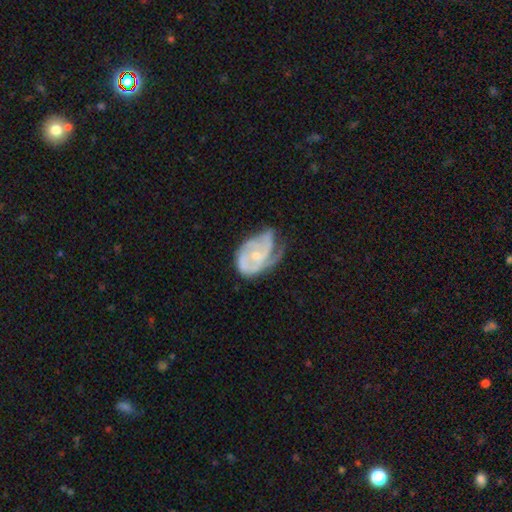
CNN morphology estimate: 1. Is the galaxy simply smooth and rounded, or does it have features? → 80% featured or disk, 15% smooth, 6% star or artifact.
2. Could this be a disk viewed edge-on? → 97% no, 3% yes.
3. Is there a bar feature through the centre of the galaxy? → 72% no, 23% weak, 5% strong.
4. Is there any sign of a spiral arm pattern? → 88% yes, 12% no.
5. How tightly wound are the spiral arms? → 50% tight, 36% medium, 14% loose.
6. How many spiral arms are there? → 31% 2, 26% can't tell, 25% 3, 10% 1, 5% 4, 3% more than 4.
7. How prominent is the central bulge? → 64% small, 32% moderate, 2% none, 1% large, 1% dominant.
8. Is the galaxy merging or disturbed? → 35% minor disturbance, 32% none, 30% major disturbance, 2% merger.